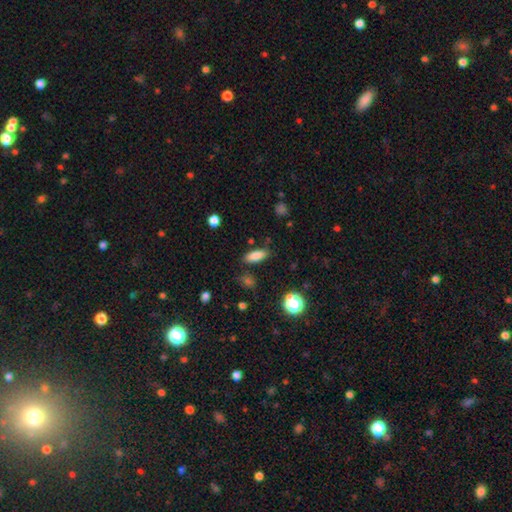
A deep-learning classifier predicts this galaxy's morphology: smooth-or-featured: smooth: 83% | star or artifact: 10% | featured or disk: 7%
  how-rounded: in between: 73% | cigar-shaped: 23% | round: 4%
  merging: none: 82% | minor disturbance: 11% | merger: 3% | major disturbance: 3%